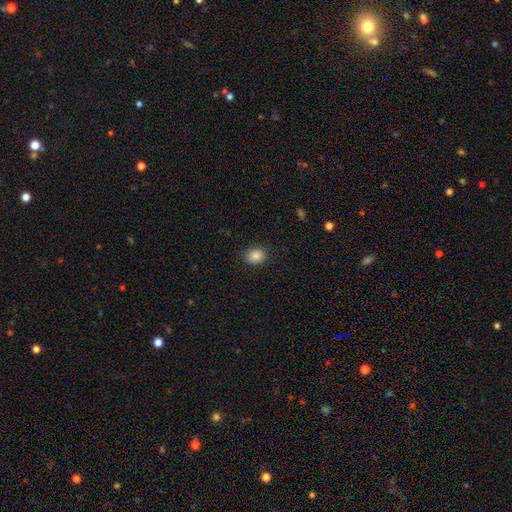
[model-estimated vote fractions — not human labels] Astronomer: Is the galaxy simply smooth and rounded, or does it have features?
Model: smooth — 85%.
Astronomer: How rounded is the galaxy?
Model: round — 56% (runner-up: in between, 43%).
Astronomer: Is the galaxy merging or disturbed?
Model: none — 87%.